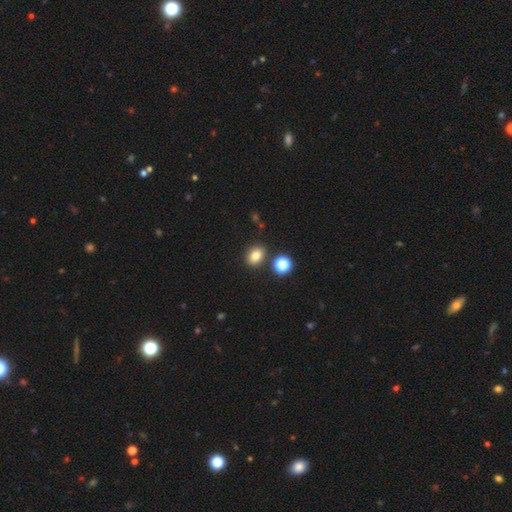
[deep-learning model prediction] The model was most divided on "how rounded": in between: 58%, round: 41%, cigar-shaped: 1%. More confident: merging — none (82%); smooth or featured — smooth (81%).